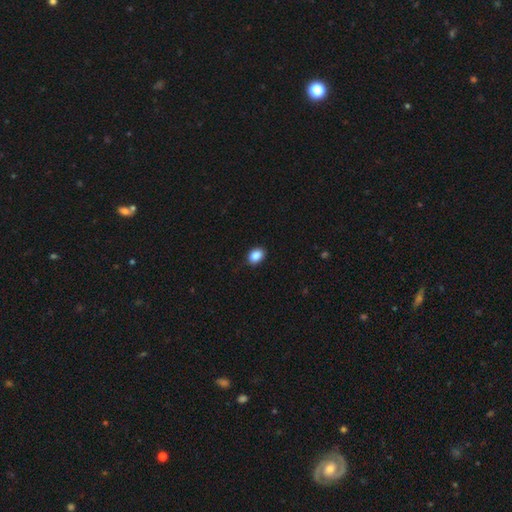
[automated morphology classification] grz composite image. It shows a smooth galaxy with no disk features (88%) that is in between round and cigar-shaped (72%). Merging: none (87%).